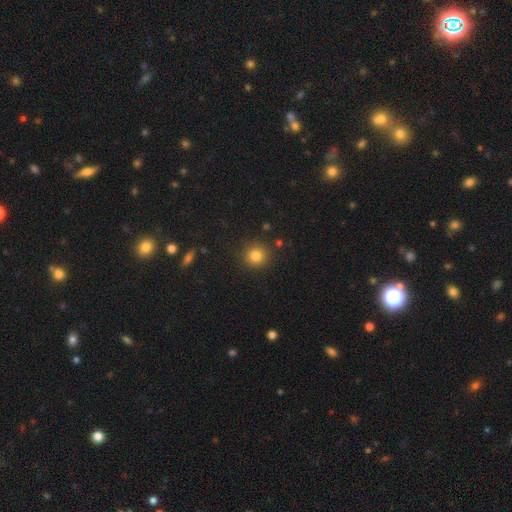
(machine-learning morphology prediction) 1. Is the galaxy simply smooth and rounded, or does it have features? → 82% smooth, 12% star or artifact, 6% featured or disk.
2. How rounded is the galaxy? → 93% round, 6% in between, 1% cigar-shaped.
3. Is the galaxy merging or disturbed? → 89% none, 7% minor disturbance, 2% major disturbance, 2% merger.